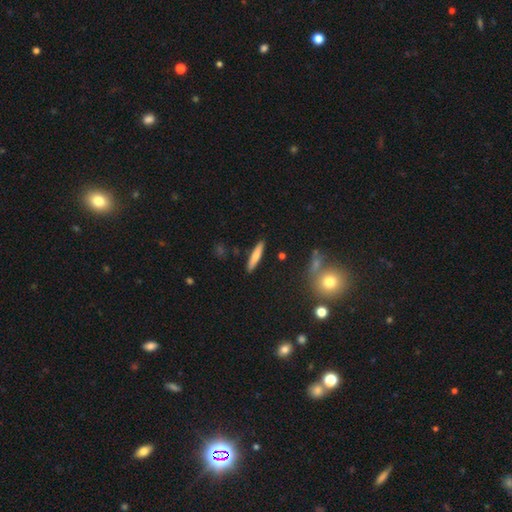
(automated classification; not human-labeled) Overall: smooth (71%). How rounded: cigar-shaped (89%). Merging: none (89%).